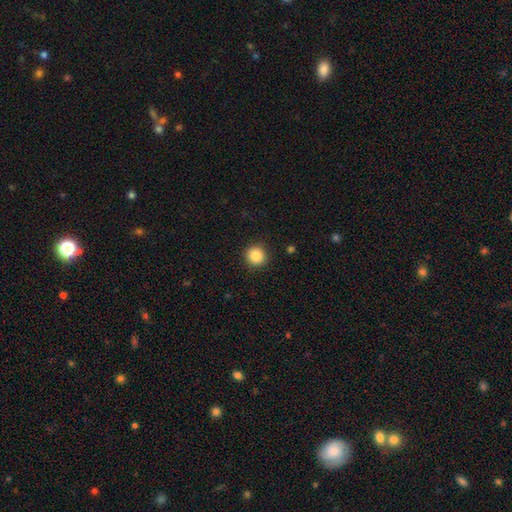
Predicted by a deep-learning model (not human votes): A smooth galaxy with no disk features (86%) that is round (93%). Merging: none (91%).